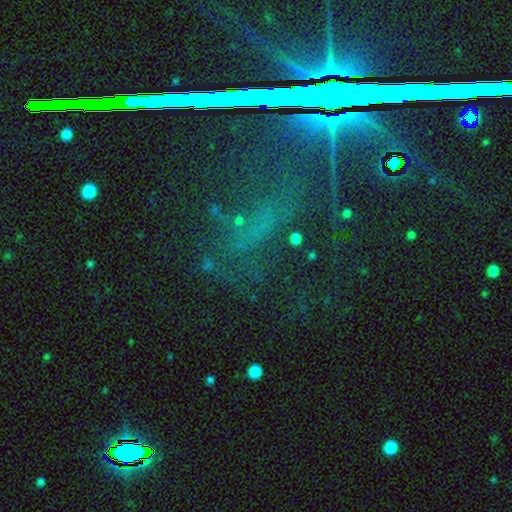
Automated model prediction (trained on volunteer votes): star or artifact 77%, featured or disk 13%, smooth 10%.